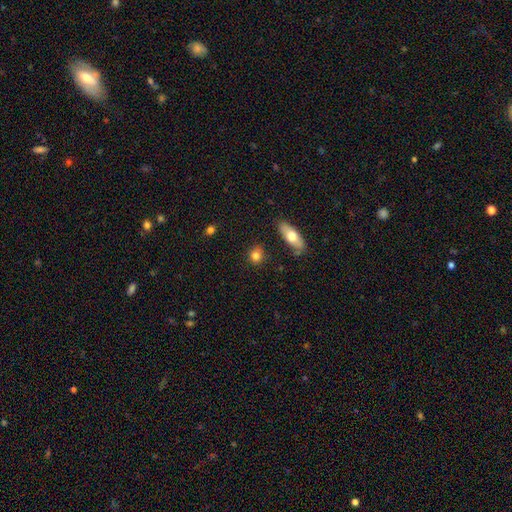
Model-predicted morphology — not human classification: Overall: smooth (81%). How rounded: round (71%). Merging: none (84%).